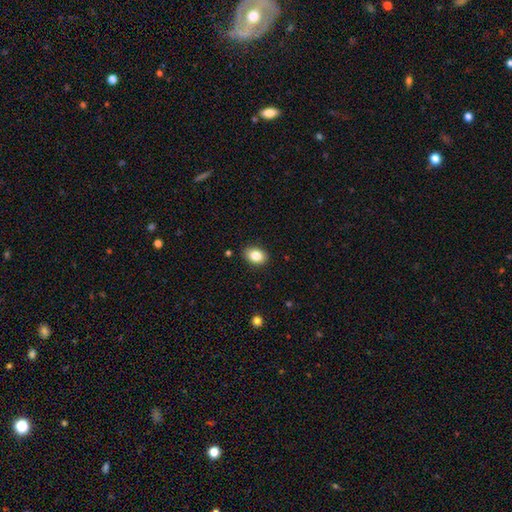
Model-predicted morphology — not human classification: Q: Smooth or featured?
A: smooth (84%); runner-up: star or artifact (9%)
Q: How rounded?
A: in between (76%); runner-up: round (23%)
Q: Merging?
A: none (88%); runner-up: minor disturbance (9%)